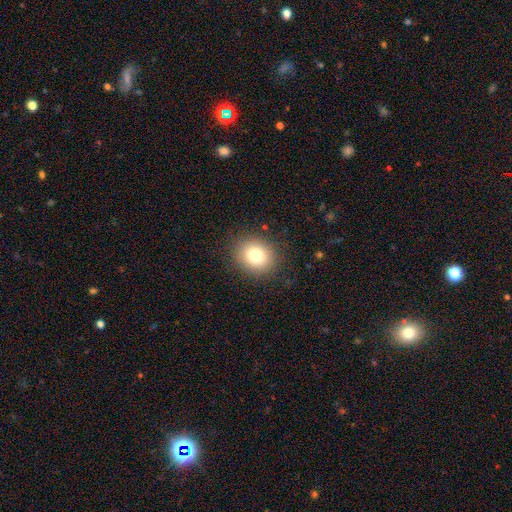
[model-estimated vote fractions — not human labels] Smooth or featured? Predicted: smooth (p=0.79). How rounded? Predicted: round (p=0.72). Merging? Predicted: none (p=0.87).